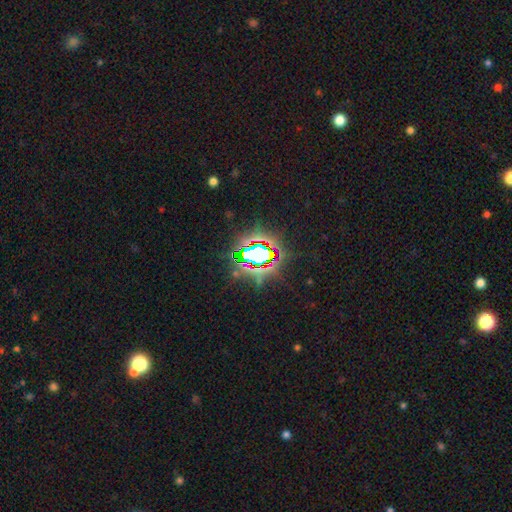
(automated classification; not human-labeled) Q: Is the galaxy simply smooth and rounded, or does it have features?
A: star or artifact — 73%.